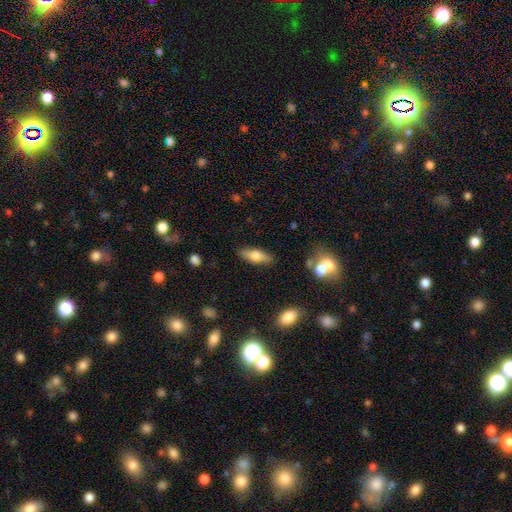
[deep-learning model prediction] A smooth galaxy with no disk features (56%) that is in between round and cigar-shaped (59%).

Vote fractions:
- Smooth or featured? smooth: 56% / featured or disk: 37% / star or artifact: 7%
- How rounded? in between: 59% / cigar-shaped: 37% / round: 3%
- Merging? none: 85% / minor disturbance: 10% / major disturbance: 3% / merger: 2%